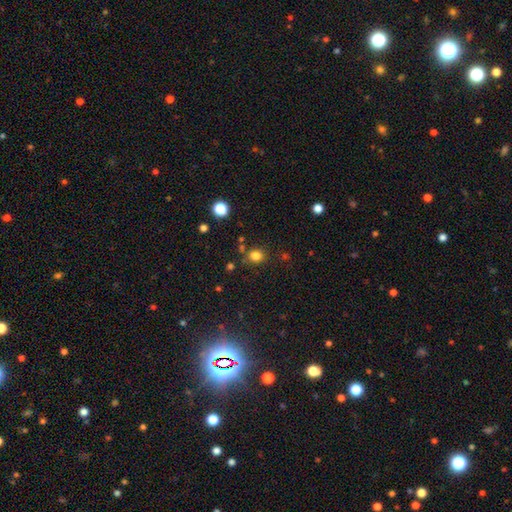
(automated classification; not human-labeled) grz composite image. It shows a smooth galaxy with no disk features (80%) that is round (73%). Merging: none (78%).